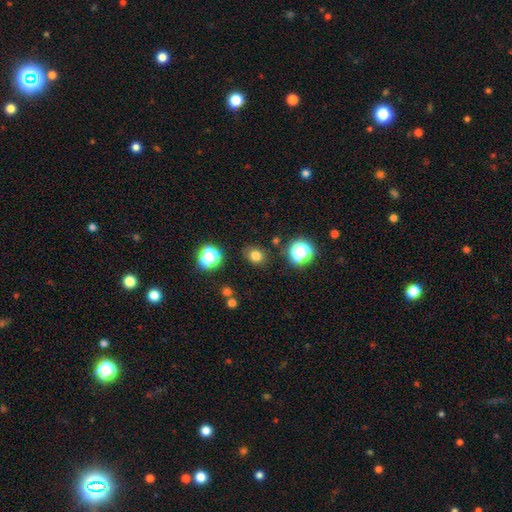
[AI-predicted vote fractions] This is likely a smooth galaxy (77%). How rounded: likely round (66%). Merging: clearly none (84%).